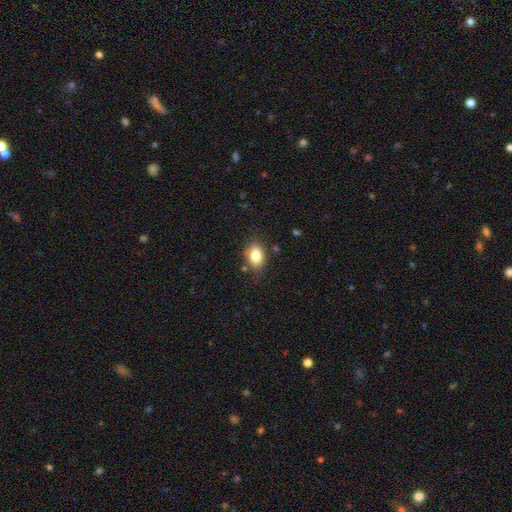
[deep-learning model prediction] Overall: smooth (82%). How rounded: in between (74%). Merging: none (80%).